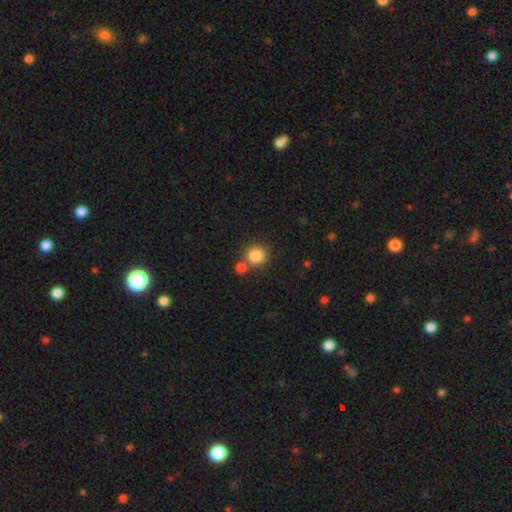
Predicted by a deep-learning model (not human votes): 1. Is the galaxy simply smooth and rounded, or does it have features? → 85% smooth, 10% star or artifact, 6% featured or disk.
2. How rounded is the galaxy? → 89% round, 10% in between, 1% cigar-shaped.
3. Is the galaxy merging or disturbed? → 62% none, 26% merger, 9% minor disturbance, 3% major disturbance.